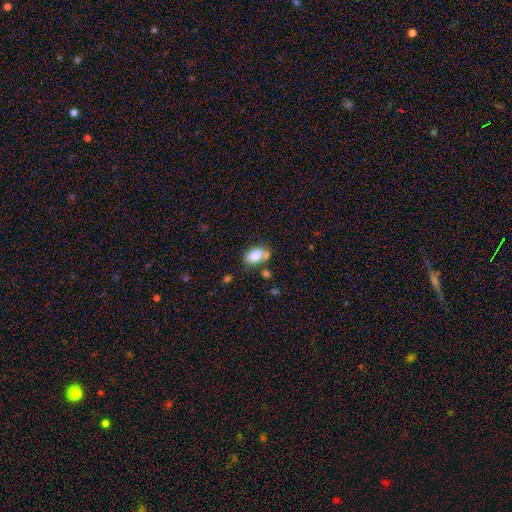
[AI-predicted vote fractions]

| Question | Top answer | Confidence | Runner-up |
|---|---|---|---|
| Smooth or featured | smooth | 84% | star or artifact (8%) |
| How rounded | in between | 89% | round (9%) |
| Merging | none | 57% | minor disturbance (20%) |